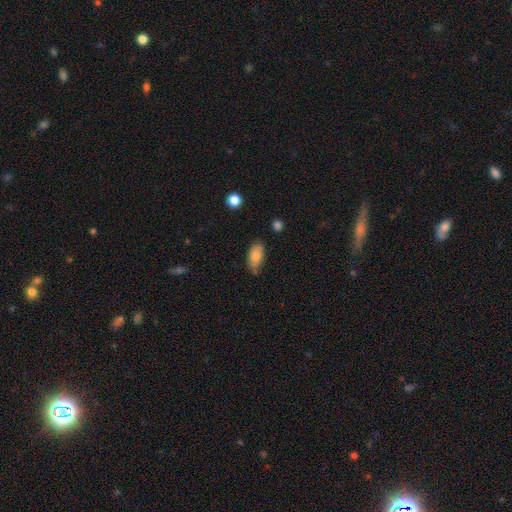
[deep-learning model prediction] Smooth or featured?
  - smooth: 84% *
  - featured or disk: 9%
  - star or artifact: 7%
How rounded?
  - in between: 91% *
  - cigar-shaped: 6%
  - round: 3%
Merging?
  - none: 68% *
  - minor disturbance: 24%
  - major disturbance: 4%
  - merger: 4%